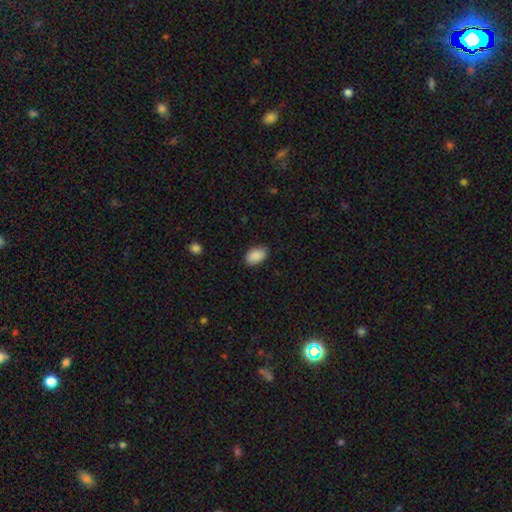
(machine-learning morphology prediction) Smooth or featured? Predicted: smooth (p=0.90). How rounded? Predicted: in between (p=0.91). Merging? Predicted: none (p=0.84).